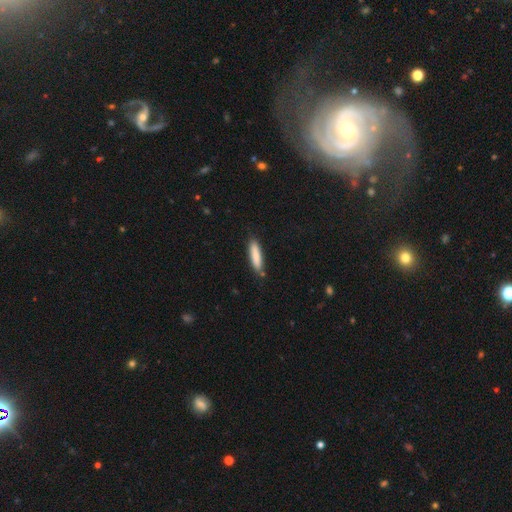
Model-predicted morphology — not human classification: This is clearly a smooth galaxy (83%). How rounded: likely cigar-shaped (79%). Merging: clearly none (82%).